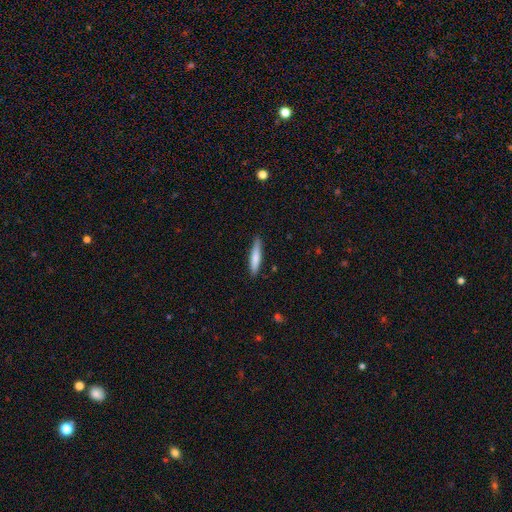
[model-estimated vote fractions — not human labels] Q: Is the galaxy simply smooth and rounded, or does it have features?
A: smooth — 74%.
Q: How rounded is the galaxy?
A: cigar-shaped — 89%.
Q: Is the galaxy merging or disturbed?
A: none — 86%.